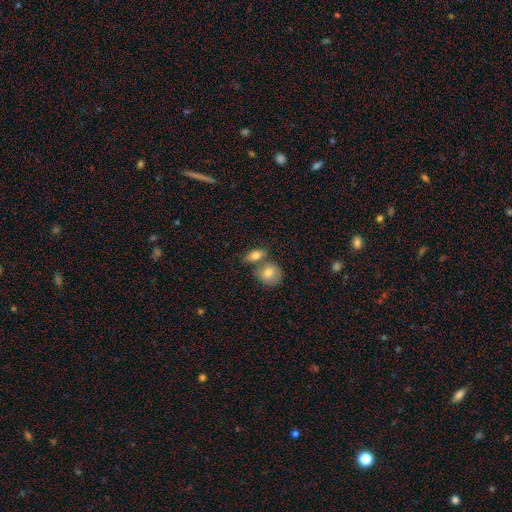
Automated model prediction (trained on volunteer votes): Morphology: type=smooth (78%); roundness=in between (78%); merging=none (44%).